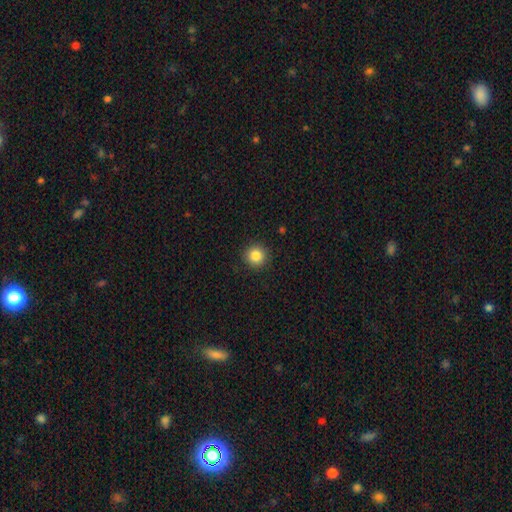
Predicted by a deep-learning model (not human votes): Smooth or featured? smooth (85%)
How rounded? round (94%)
Merging? none (92%)